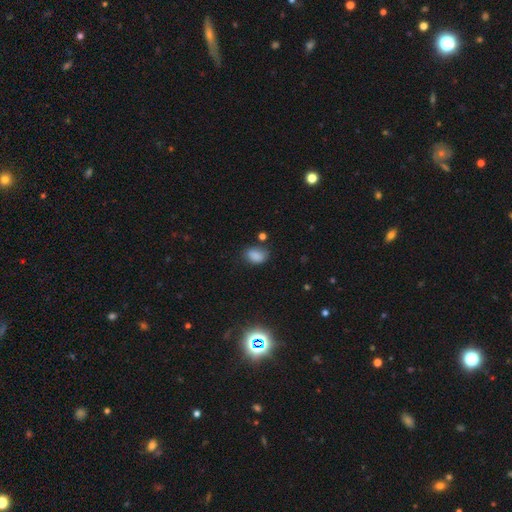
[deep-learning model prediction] A smooth galaxy with no disk features (83%) that is in between round and cigar-shaped (78%).

Vote fractions:
- Smooth or featured? smooth: 83% / star or artifact: 11% / featured or disk: 6%
- How rounded? in between: 78% / round: 21% / cigar-shaped: 1%
- Merging? none: 63% / minor disturbance: 25% / major disturbance: 7% / merger: 5%